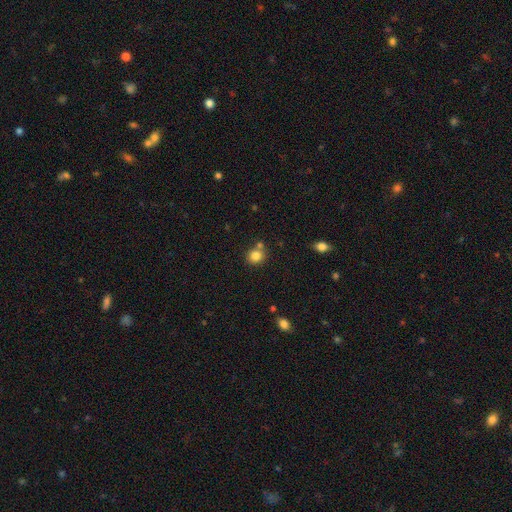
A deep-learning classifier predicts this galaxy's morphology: type=smooth (82%); roundness=round (85%); merging=none (70%).